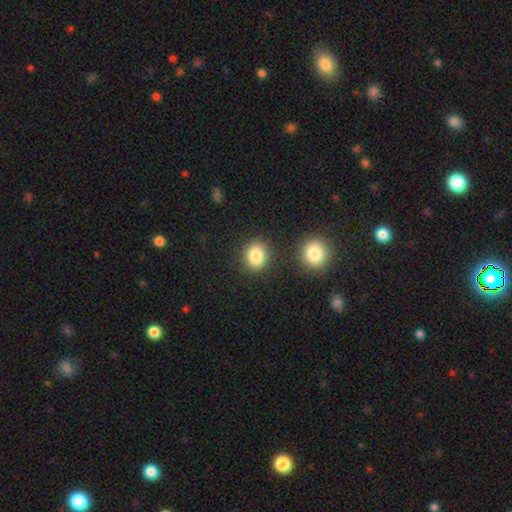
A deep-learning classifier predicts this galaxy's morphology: smooth_or_featured: smooth (p=0.84) [alt: star or artifact p=0.10]
how_rounded: round (p=0.65) [alt: in between p=0.34]
merging: none (p=0.81) [alt: minor disturbance p=0.09]